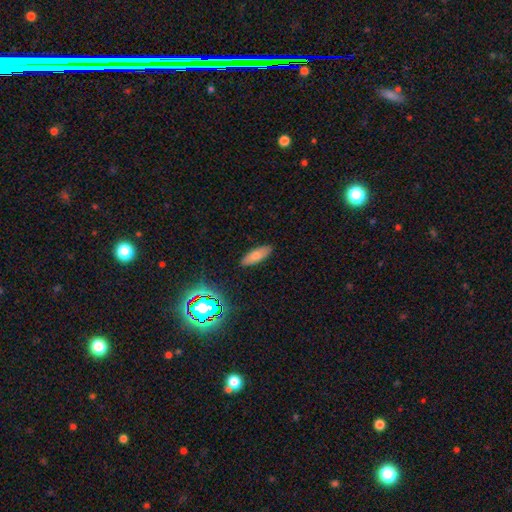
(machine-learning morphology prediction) A smooth galaxy with no disk features (74%) that is in between round and cigar-shaped (63%).

Vote fractions:
- Smooth or featured? smooth: 74% / featured or disk: 15% / star or artifact: 11%
- How rounded? in between: 63% / cigar-shaped: 35% / round: 2%
- Merging? none: 88% / minor disturbance: 9% / major disturbance: 2% / merger: 1%